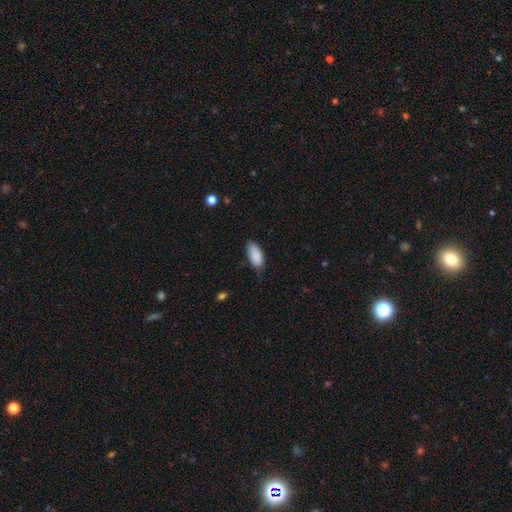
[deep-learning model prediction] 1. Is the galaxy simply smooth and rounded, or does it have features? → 88% smooth, 7% star or artifact, 5% featured or disk.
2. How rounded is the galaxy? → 91% in between, 7% cigar-shaped, 2% round.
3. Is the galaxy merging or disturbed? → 59% none, 33% minor disturbance, 6% major disturbance, 2% merger.